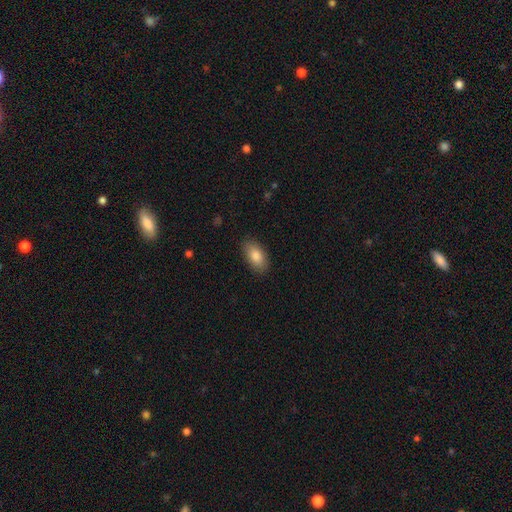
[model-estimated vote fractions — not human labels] Smooth or featured? smooth (85%)
How rounded? in between (92%)
Merging? none (87%)